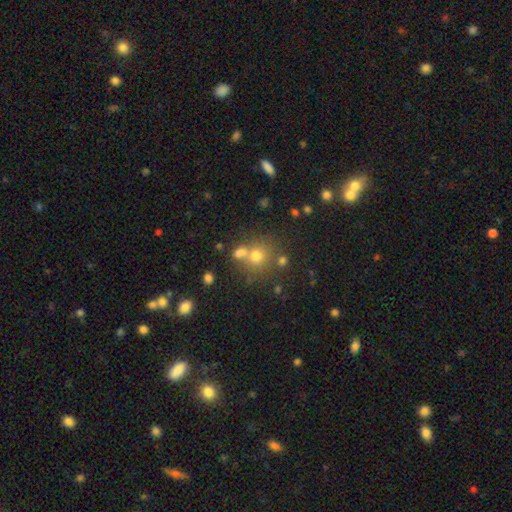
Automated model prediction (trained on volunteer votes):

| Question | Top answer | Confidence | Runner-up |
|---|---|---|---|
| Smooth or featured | smooth | 65% | star or artifact (21%) |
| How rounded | round | 87% | in between (12%) |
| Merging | none | 59% | merger (27%) |